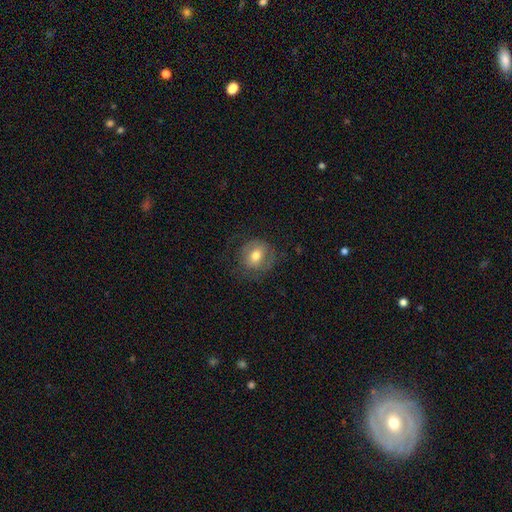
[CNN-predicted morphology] This is likely a smooth galaxy (62%). How rounded: likely round (74%). Merging: likely none (69%).